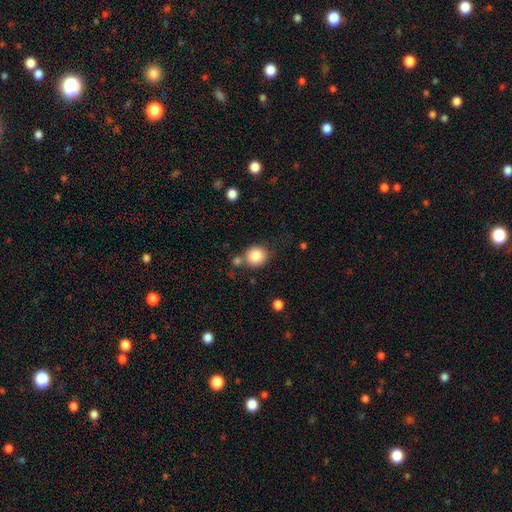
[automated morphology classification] Overall: smooth (84%). How rounded: round (89%). Merging: none (70%).